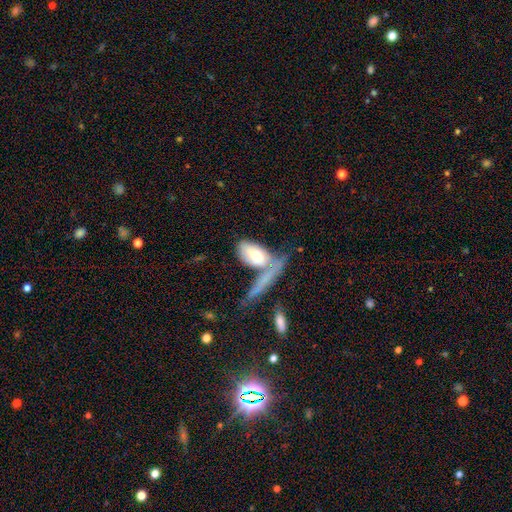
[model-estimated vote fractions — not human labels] Q: Smooth or featured?
A: smooth (66%); runner-up: featured or disk (28%)
Q: How rounded?
A: in between (84%); runner-up: cigar-shaped (11%)
Q: Merging?
A: merger (41%); runner-up: none (30%)